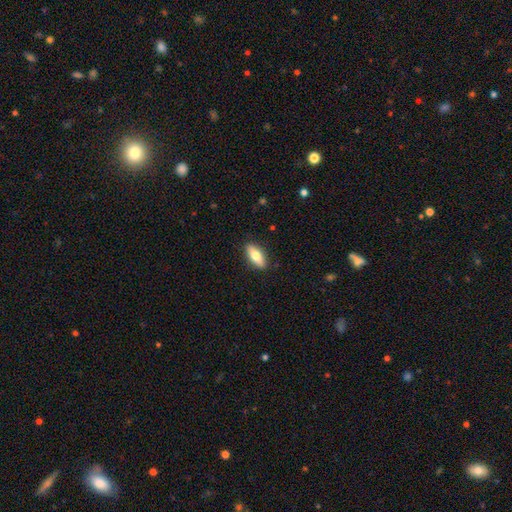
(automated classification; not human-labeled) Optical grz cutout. It shows a smooth galaxy with no disk features (68%) that is in between round and cigar-shaped (73%). Merging: none (88%).